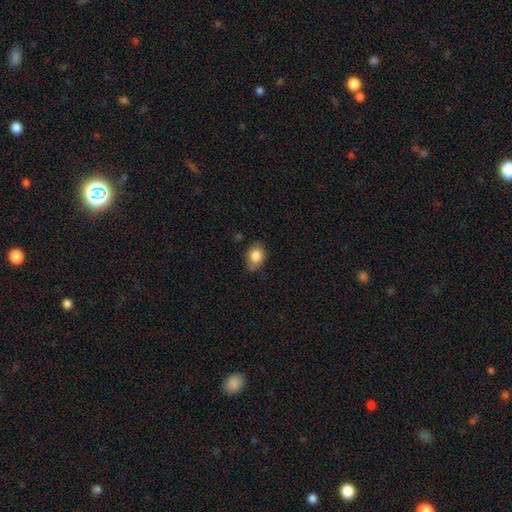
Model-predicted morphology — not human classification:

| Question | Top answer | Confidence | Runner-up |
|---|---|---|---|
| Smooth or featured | smooth | 83% | featured or disk (9%) |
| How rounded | in between | 74% | round (25%) |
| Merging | none | 65% | minor disturbance (28%) |